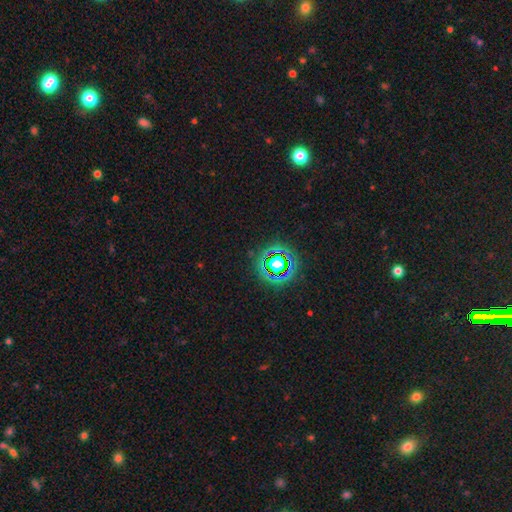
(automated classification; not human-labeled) Smooth or featured: star or artifact — 70% (smooth — 21%)